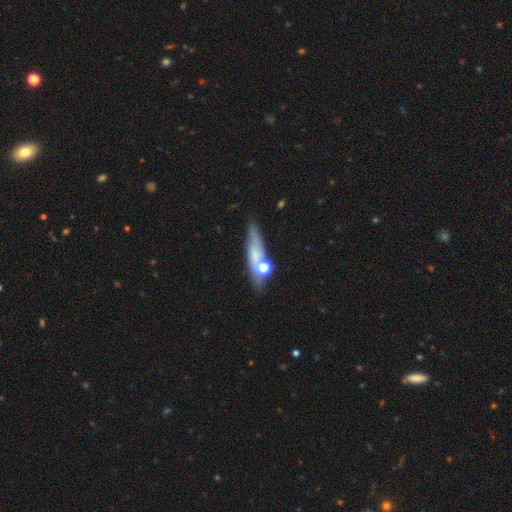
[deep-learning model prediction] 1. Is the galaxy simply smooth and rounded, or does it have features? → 53% smooth, 36% featured or disk, 12% star or artifact.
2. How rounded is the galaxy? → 60% cigar-shaped, 27% in between, 12% round.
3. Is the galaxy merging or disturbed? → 58% none, 19% minor disturbance, 14% merger, 8% major disturbance.